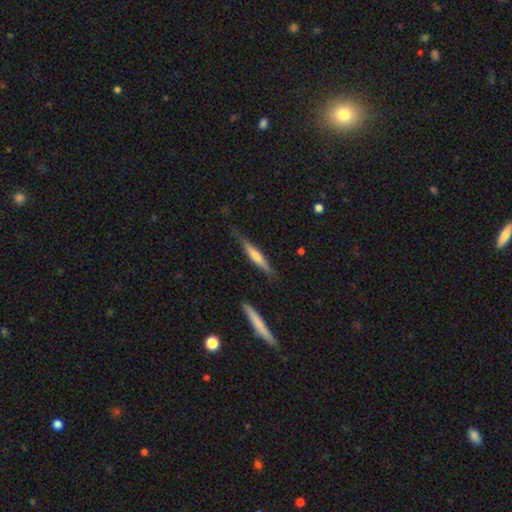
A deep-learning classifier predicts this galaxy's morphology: smooth-or-featured: smooth: 50% | featured or disk: 44% | star or artifact: 5%
  how-rounded: cigar-shaped: 91% | in between: 8% | round: 1%
  merging: none: 74% | minor disturbance: 20% | major disturbance: 4% | merger: 2%